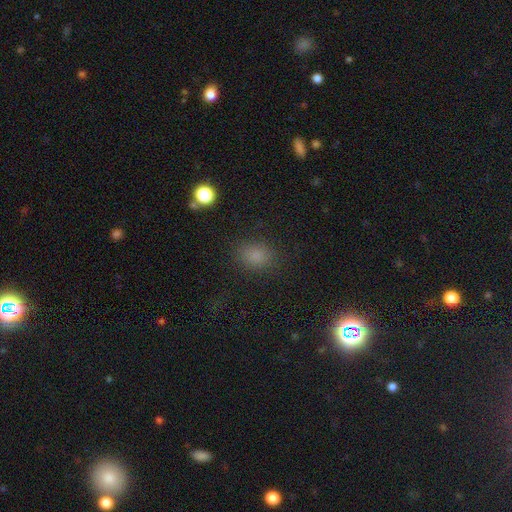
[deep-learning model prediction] smooth 79%, star or artifact 16%, featured or disk 5%. Down the decision tree: how rounded — in between (55%); merging — none (83%).